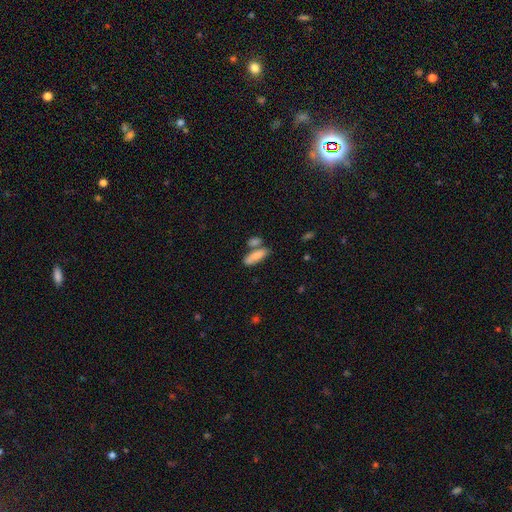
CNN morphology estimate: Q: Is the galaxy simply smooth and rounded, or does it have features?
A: smooth — 80%.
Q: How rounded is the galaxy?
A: in between — 59%.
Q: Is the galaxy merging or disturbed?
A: none — 51%.